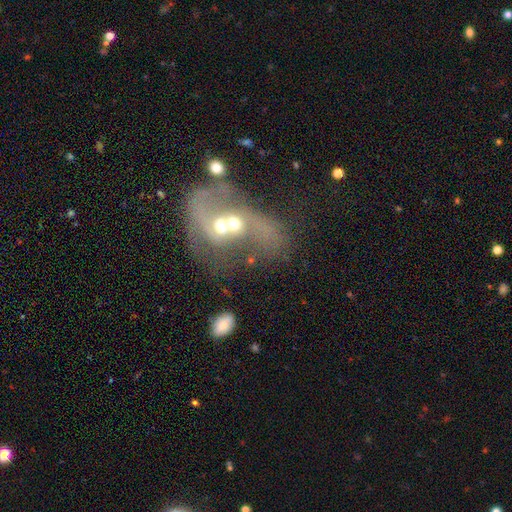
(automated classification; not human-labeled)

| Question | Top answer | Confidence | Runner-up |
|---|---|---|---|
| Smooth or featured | featured or disk | 69% | smooth (18%) |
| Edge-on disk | no | 95% | yes (5%) |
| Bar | no | 57% | weak (31%) |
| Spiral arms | yes | 61% | no (39%) |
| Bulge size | moderate | 57% | small (30%) |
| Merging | merger | 48% | major disturbance (22%) |